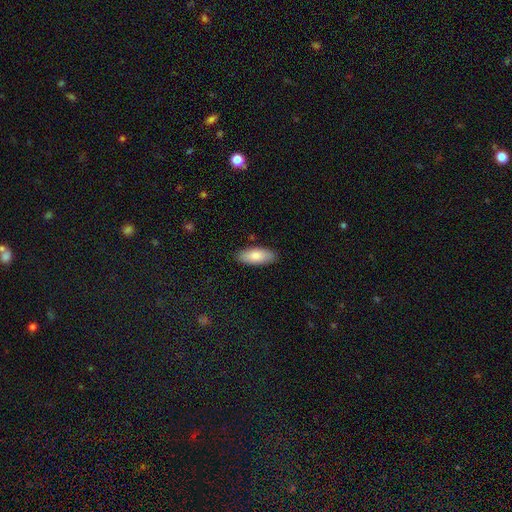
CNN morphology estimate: A smooth galaxy with no disk features (83%) that is in between round and cigar-shaped (83%).

Vote fractions:
- Smooth or featured? smooth: 83% / featured or disk: 11% / star or artifact: 6%
- How rounded? in between: 83% / cigar-shaped: 16% / round: 2%
- Merging? none: 87% / minor disturbance: 10% / major disturbance: 2% / merger: 1%